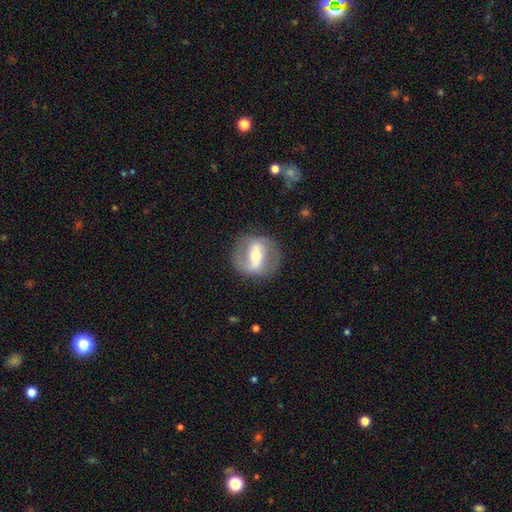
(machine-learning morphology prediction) A featured or disk galaxy (75%) with a strong bar (58%), 2 (84%) medium (44%) spiral arms (72%) and a moderate central bulge (61%).

Vote fractions:
- Smooth or featured? featured or disk: 75% / smooth: 19% / star or artifact: 6%
- Edge-on disk? no: 93% / yes: 7%
- Bar? strong: 58% / weak: 29% / no: 13%
- Spiral arms? yes: 72% / no: 28%
- Spiral winding? medium: 44% / loose: 30% / tight: 26%
- Spiral arm count? 2: 84% / can't tell: 8% / 1: 5% / 3: 1% / 4: 1% / more than 4: 1%
- Bulge size? moderate: 61% / small: 30% / large: 6% / none: 1% / dominant: 1%
- Merging? none: 79% / minor disturbance: 12% / major disturbance: 7% / merger: 1%